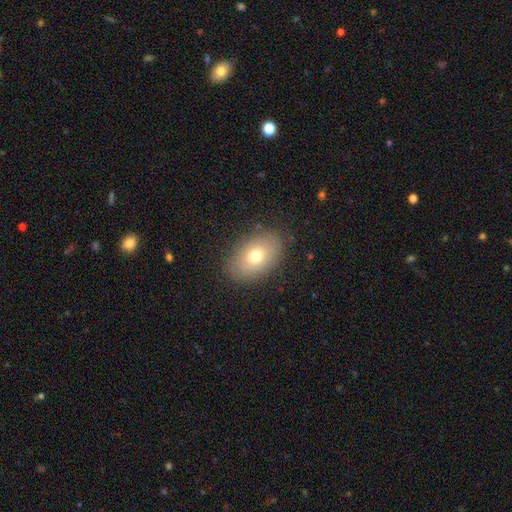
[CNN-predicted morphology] A smooth galaxy with no disk features (73%) that is in between round and cigar-shaped (88%). Merging: none (85%).